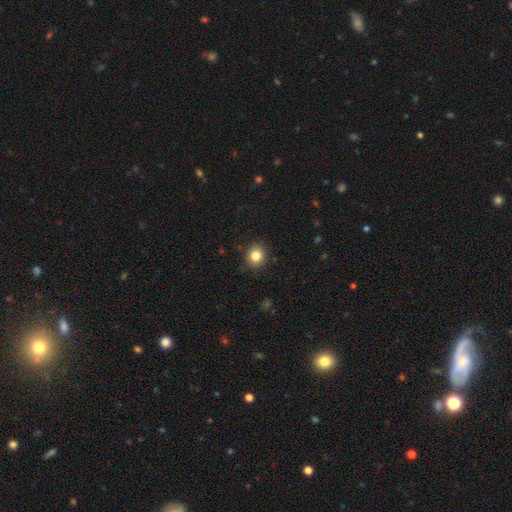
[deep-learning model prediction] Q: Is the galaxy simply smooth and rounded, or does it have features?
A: smooth — 83%.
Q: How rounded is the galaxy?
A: round — 78%.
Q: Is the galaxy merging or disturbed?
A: none — 89%.